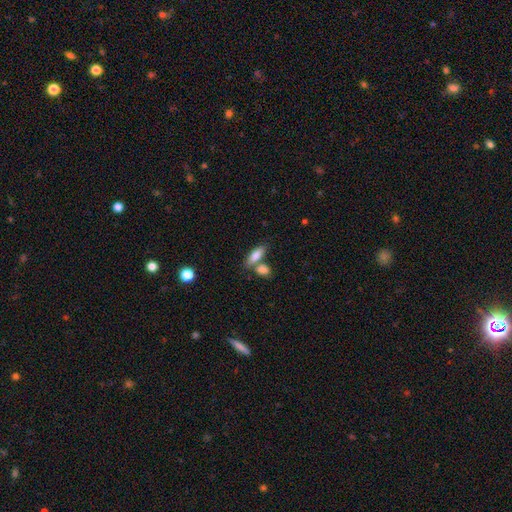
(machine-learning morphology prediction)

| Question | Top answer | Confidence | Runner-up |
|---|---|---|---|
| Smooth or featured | smooth | 82% | featured or disk (12%) |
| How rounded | in between | 72% | cigar-shaped (24%) |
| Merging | none | 51% | merger (34%) |